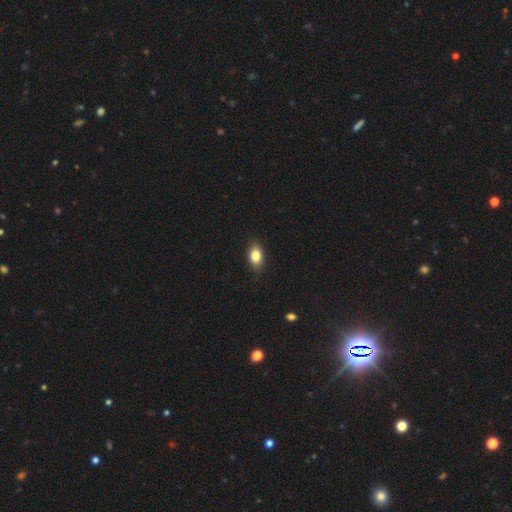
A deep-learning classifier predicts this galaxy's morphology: Smooth or featured? Predicted: smooth (p=0.82). How rounded? Predicted: in between (p=0.87). Merging? Predicted: none (p=0.88).